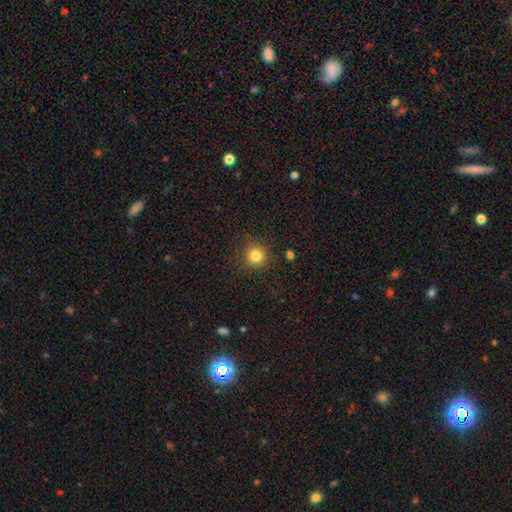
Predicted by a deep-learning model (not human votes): Smooth or featured?
  - smooth: 82% *
  - star or artifact: 12%
  - featured or disk: 6%
How rounded?
  - round: 94% *
  - in between: 5%
  - cigar-shaped: 1%
Merging?
  - none: 88% *
  - minor disturbance: 8%
  - major disturbance: 3%
  - merger: 2%